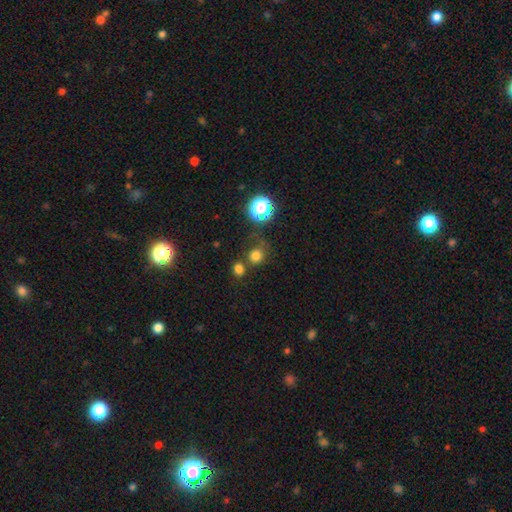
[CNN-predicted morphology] smooth-or-featured: smooth: 74% | star or artifact: 19% | featured or disk: 7%
  how-rounded: round: 82% | in between: 17% | cigar-shaped: 1%
  merging: none: 58% | merger: 22% | minor disturbance: 13% | major disturbance: 8%